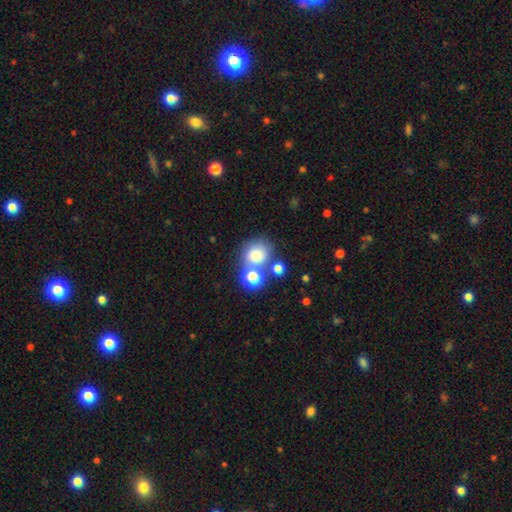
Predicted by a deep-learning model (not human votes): smooth_or_featured: smooth (p=0.73) [alt: star or artifact p=0.15]
how_rounded: round (p=0.81) [alt: in between p=0.18]
merging: none (p=0.53) [alt: merger p=0.32]